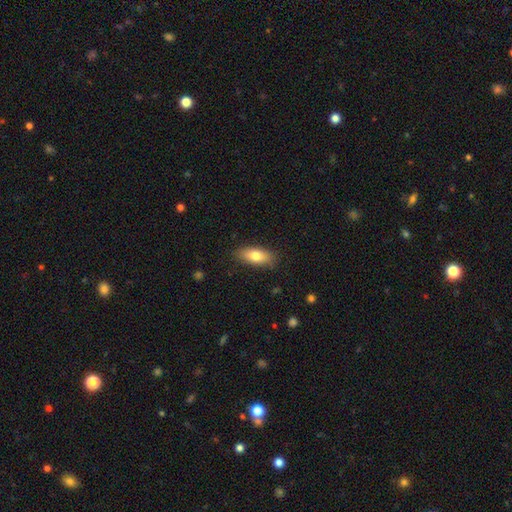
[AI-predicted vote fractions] This appears to be a smooth galaxy with no disk features (77%) that is in between round and cigar-shaped (79%). Merging: none (85%).